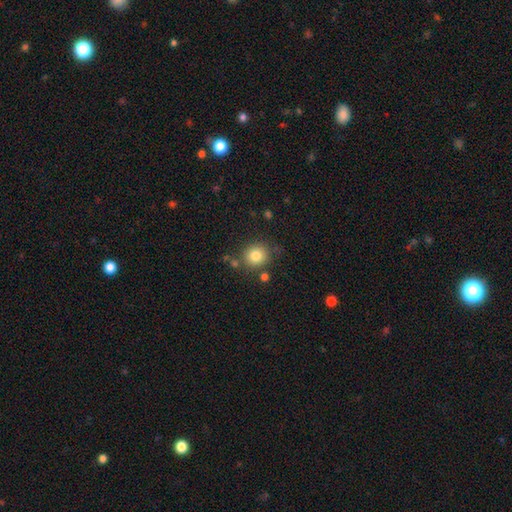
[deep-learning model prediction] smooth-or-featured: smooth: 81% | star or artifact: 11% | featured or disk: 8%
  how-rounded: round: 87% | in between: 12% | cigar-shaped: 1%
  merging: none: 79% | minor disturbance: 11% | merger: 6% | major disturbance: 4%